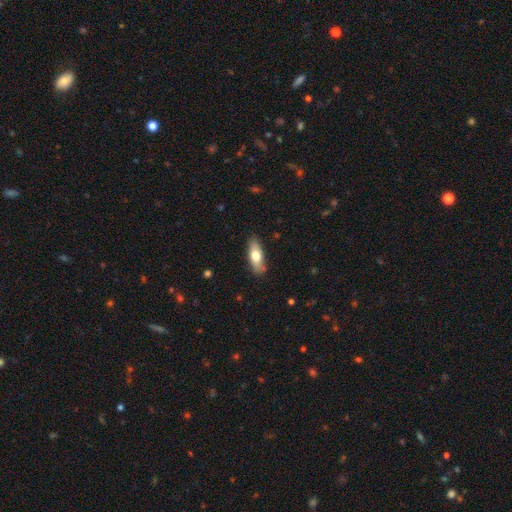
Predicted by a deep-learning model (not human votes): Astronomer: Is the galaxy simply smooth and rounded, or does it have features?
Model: smooth — 67%.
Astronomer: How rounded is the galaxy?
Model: in between — 66%.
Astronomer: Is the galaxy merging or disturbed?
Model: none — 84%.